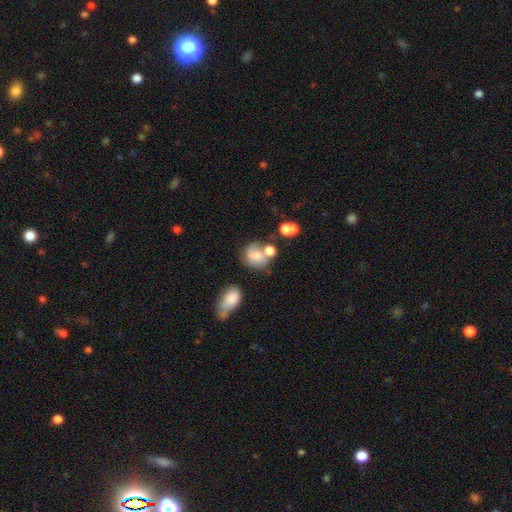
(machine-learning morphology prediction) smooth 62%, featured or disk 28%, star or artifact 10%. Down the decision tree: how rounded — round (68%); merging — none (37%).